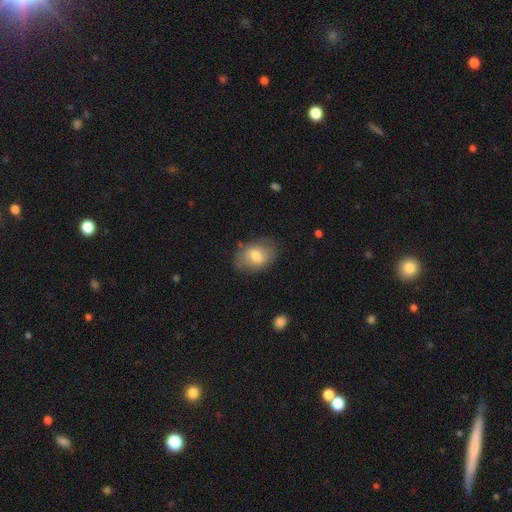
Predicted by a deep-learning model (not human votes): smooth_or_featured: smooth (p=0.71) [alt: featured or disk p=0.22]
how_rounded: in between (p=0.77) [alt: round p=0.21]
merging: none (p=0.74) [alt: minor disturbance p=0.19]